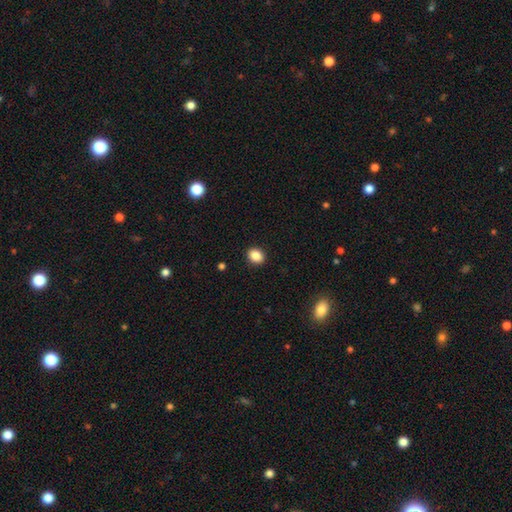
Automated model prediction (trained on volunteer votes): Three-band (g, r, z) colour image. It shows a smooth galaxy with no disk features (87%) that is round (53%). Merging: none (91%).